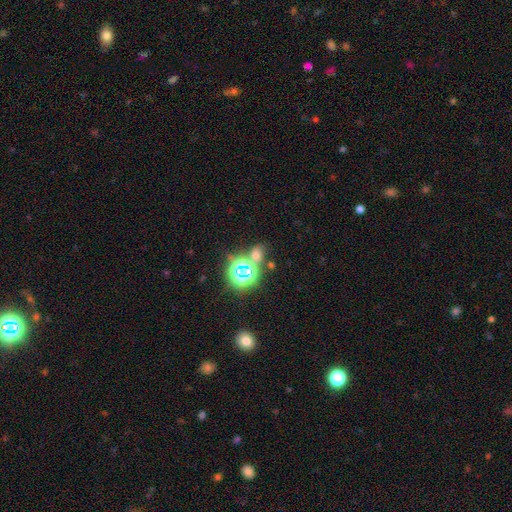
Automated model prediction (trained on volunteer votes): Q: Smooth or featured?
A: star or artifact (47%); runner-up: smooth (45%)